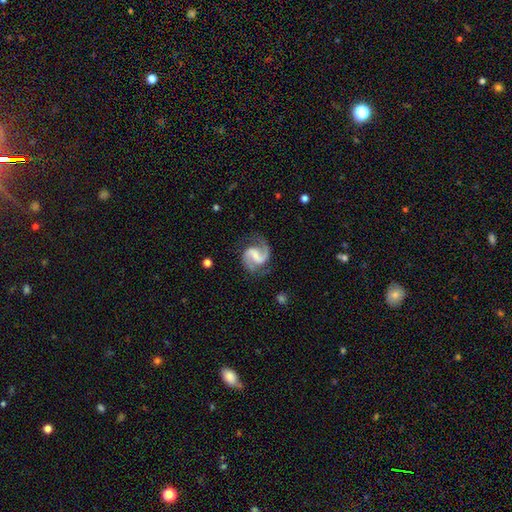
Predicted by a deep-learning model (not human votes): featured or disk 91%, smooth 5%, star or artifact 4%. Down the decision tree: edge-on disk — no (98%); bar — weak (48%); spiral arms — yes (98%); spiral arm count — 2 (93%); spiral winding — medium (58%); bulge size — small (38%); merging — none (78%).